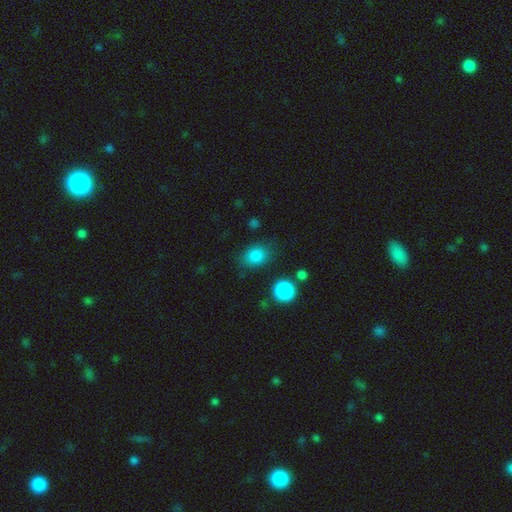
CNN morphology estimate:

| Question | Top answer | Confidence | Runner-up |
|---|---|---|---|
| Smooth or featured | smooth | 84% | star or artifact (11%) |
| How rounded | in between | 54% | round (45%) |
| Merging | none | 78% | minor disturbance (14%) |